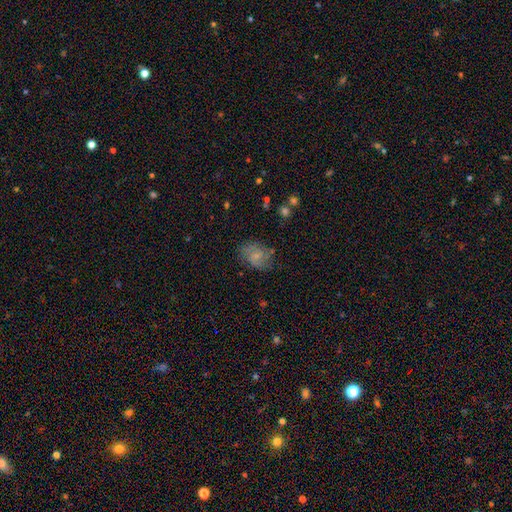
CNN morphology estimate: smooth-or-featured: smooth: 50% | featured or disk: 40% | star or artifact: 10%
  merging: none: 68% | minor disturbance: 22% | major disturbance: 8% | merger: 2%